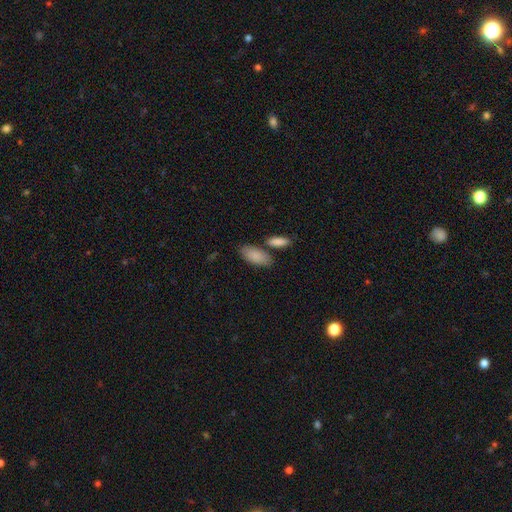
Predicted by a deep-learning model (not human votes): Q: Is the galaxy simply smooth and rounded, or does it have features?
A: smooth — 87%.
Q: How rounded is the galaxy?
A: in between — 88%.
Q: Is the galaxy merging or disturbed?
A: none — 69%.